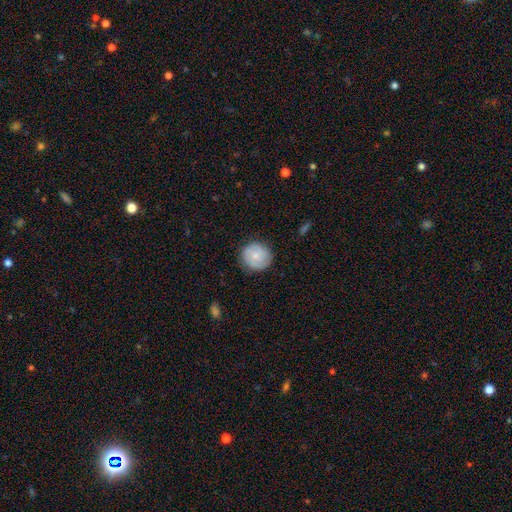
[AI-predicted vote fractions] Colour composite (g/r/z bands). It shows a smooth galaxy with no disk features (55%) that is round (88%). Merging: none (82%).